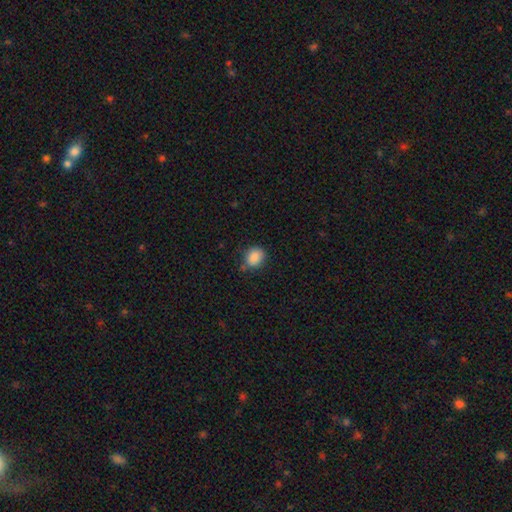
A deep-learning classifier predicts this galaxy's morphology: smooth_or_featured: smooth (p=0.87) [alt: star or artifact p=0.09]
how_rounded: round (p=0.63) [alt: in between p=0.36]
merging: none (p=0.71) [alt: minor disturbance p=0.21]